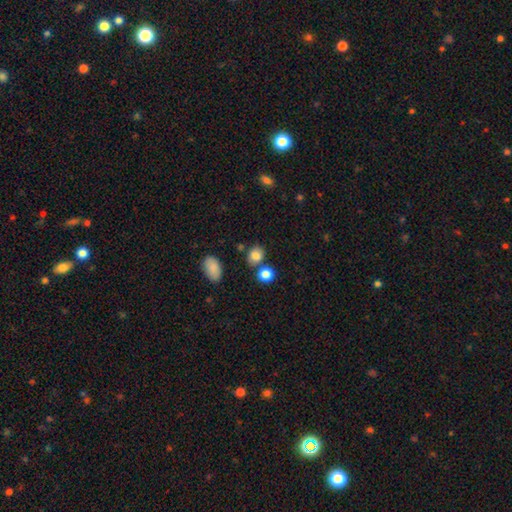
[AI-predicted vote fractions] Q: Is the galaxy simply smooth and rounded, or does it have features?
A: smooth — 82%.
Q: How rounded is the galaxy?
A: round — 59%.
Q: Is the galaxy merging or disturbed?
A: none — 70%.